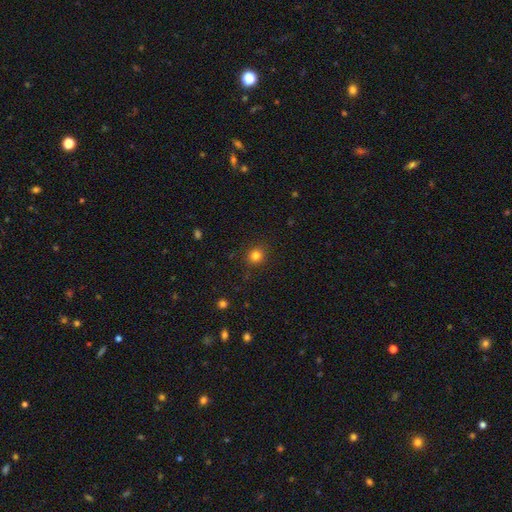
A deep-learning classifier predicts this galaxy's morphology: A smooth galaxy with no disk features (81%) that is round (86%). Merging: none (89%).